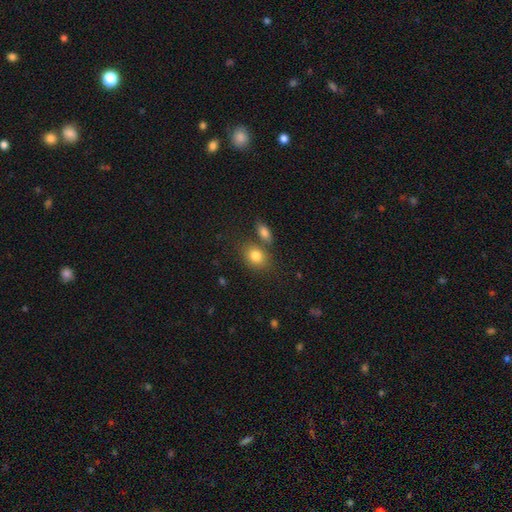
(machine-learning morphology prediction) Smooth or featured?
  - smooth: 81% *
  - featured or disk: 10%
  - star or artifact: 9%
How rounded?
  - in between: 63% *
  - round: 36%
  - cigar-shaped: 1%
Merging?
  - none: 59% *
  - merger: 25%
  - minor disturbance: 12%
  - major disturbance: 4%